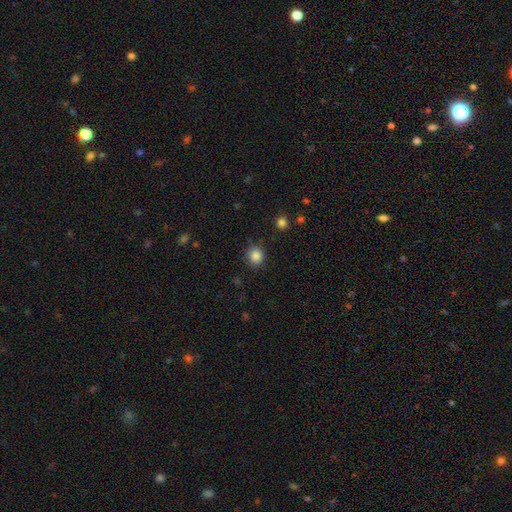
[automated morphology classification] smooth 86%, star or artifact 10%, featured or disk 4%. Down the decision tree: how rounded — round (86%); merging — none (87%).